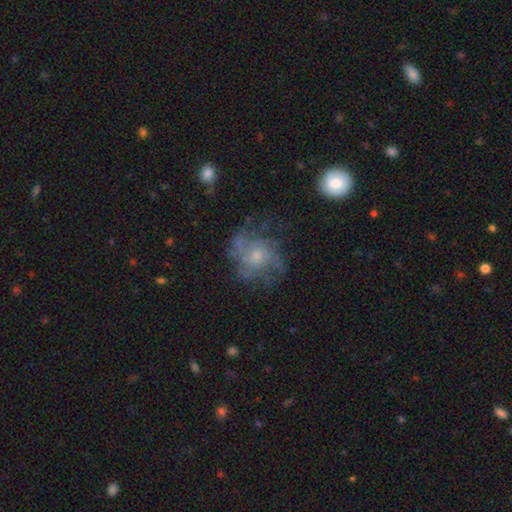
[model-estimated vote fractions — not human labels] A featured or disk galaxy (68%) with no bar (81%), medium (44%) spiral arms (80%) and a small central bulge (61%).

Vote fractions:
- Smooth or featured? featured or disk: 68% / smooth: 21% / star or artifact: 10%
- Edge-on disk? no: 98% / yes: 2%
- Bar? no: 81% / weak: 17% / strong: 2%
- Spiral arms? yes: 80% / no: 20%
- Spiral winding? medium: 44% / tight: 31% / loose: 25%
- Spiral arm count? can't tell: 39% / 3: 21% / 2: 16% / 4: 12% / more than 4: 6% / 1: 6%
- Bulge size? small: 61% / moderate: 31% / none: 5% / large: 2% / dominant: 1%
- Merging? none: 55% / major disturbance: 22% / minor disturbance: 21% / merger: 2%